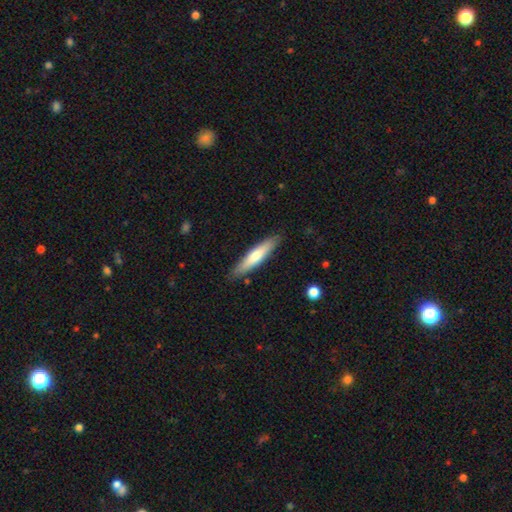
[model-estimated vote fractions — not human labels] Smooth or featured? smooth (64%)
How rounded? cigar-shaped (84%)
Merging? none (88%)